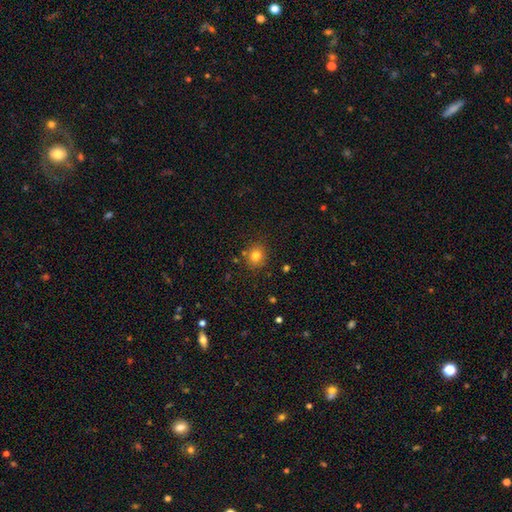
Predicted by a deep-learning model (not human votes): Smooth or featured? Predicted: smooth (p=0.79). How rounded? Predicted: round (p=0.81). Merging? Predicted: none (p=0.83).